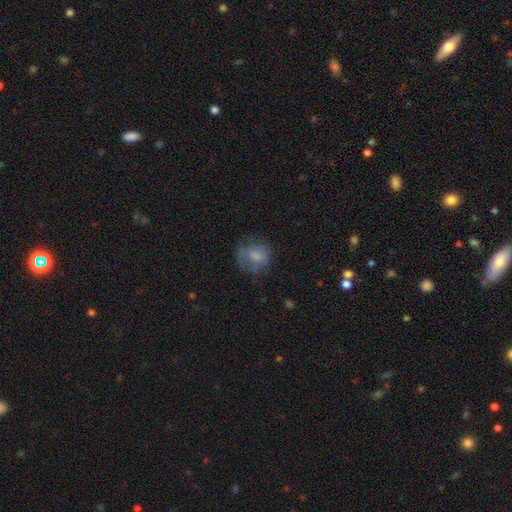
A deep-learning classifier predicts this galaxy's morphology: Overall: smooth (66%). How rounded: round (70%). Merging: none (52%; minor disturbance 25%).